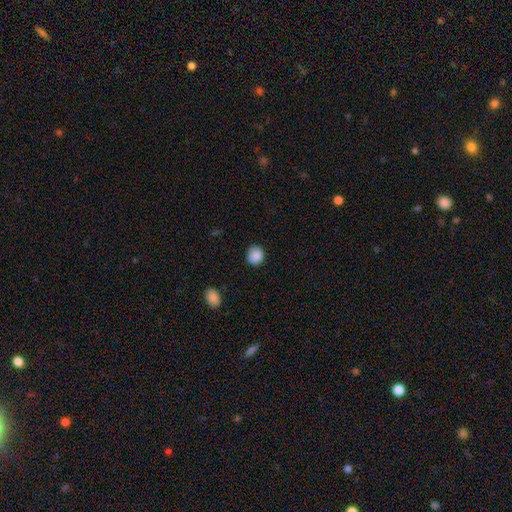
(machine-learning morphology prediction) A smooth galaxy with no disk features (88%) that is round (82%).

Vote fractions:
- Smooth or featured? smooth: 88% / star or artifact: 9% / featured or disk: 3%
- How rounded? round: 82% / in between: 17% / cigar-shaped: 1%
- Merging? none: 84% / minor disturbance: 12% / major disturbance: 3% / merger: 1%